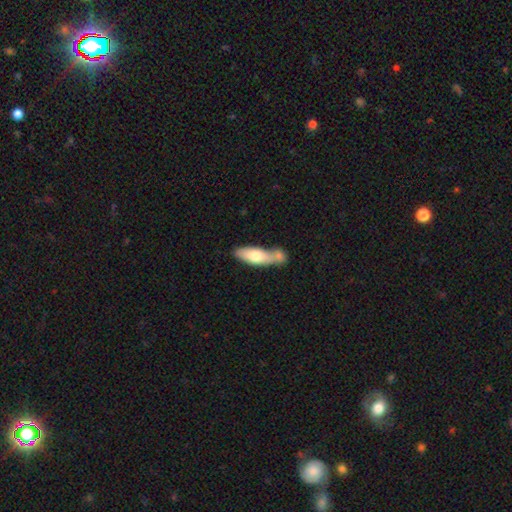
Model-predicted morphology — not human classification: The model was most divided on "merging": merger: 47%, none: 33%, minor disturbance: 15%, major disturbance: 5%. More confident: smooth or featured — smooth (67%); how rounded — in between (58%).